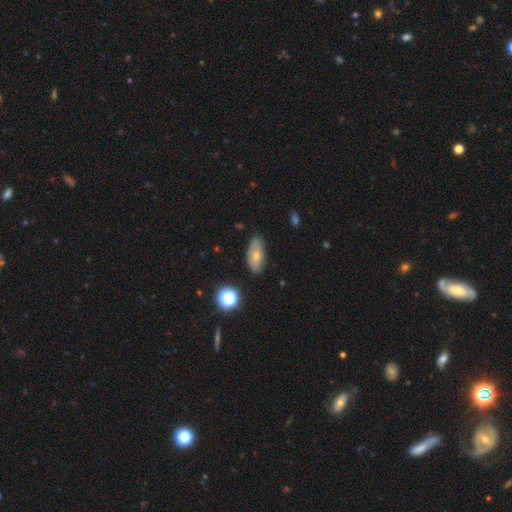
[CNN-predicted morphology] This appears to be a smooth galaxy with no disk features (67%) that is in between round and cigar-shaped (88%). Merging: none (73%).